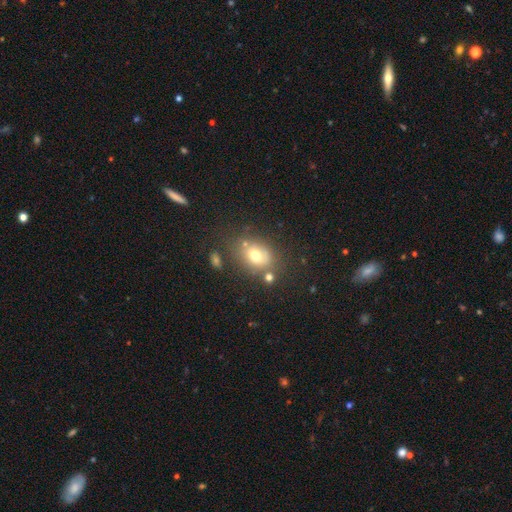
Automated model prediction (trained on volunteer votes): smooth_or_featured: smooth (p=0.68) [alt: featured or disk p=0.19]
how_rounded: in between (p=0.59) [alt: round p=0.40]
merging: none (p=0.62) [alt: minor disturbance p=0.18]